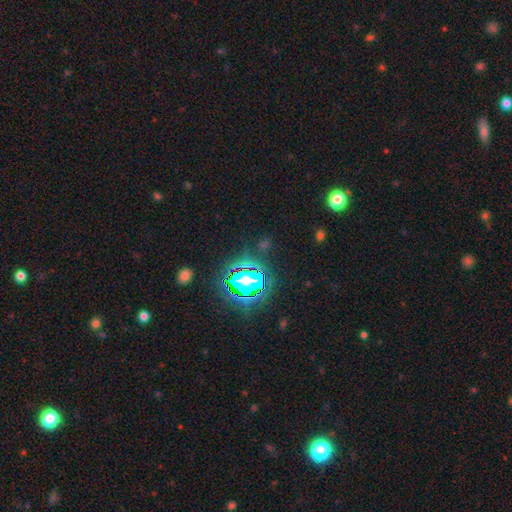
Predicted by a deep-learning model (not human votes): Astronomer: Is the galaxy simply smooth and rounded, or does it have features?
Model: star or artifact — 81%.